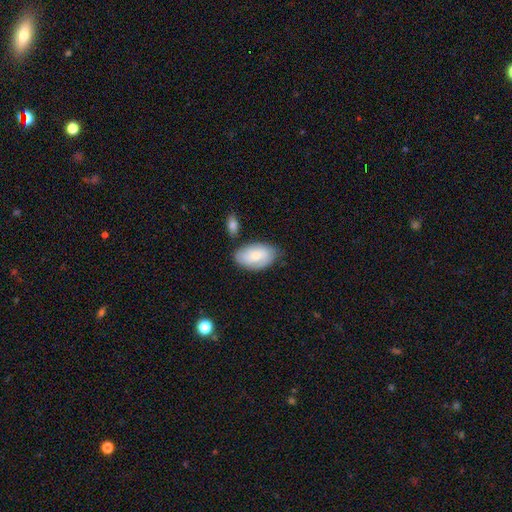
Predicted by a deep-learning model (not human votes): Q: Smooth or featured?
A: smooth (70%); runner-up: featured or disk (24%)
Q: How rounded?
A: in between (94%); runner-up: round (5%)
Q: Merging?
A: none (69%); runner-up: minor disturbance (20%)